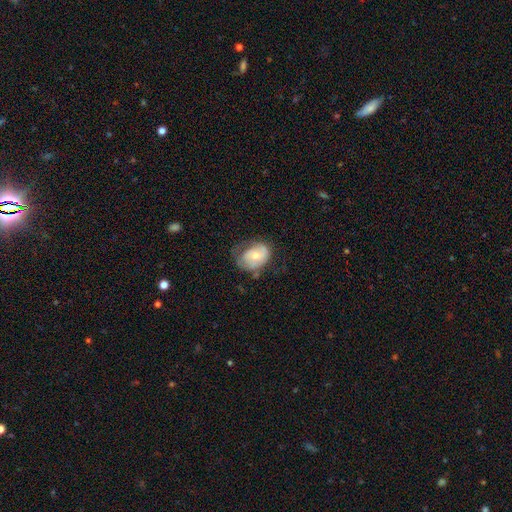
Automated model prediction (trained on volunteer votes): smooth_or_featured: smooth (p=0.47) [alt: featured or disk p=0.46]
merging: none (p=0.45) [alt: minor disturbance p=0.34]